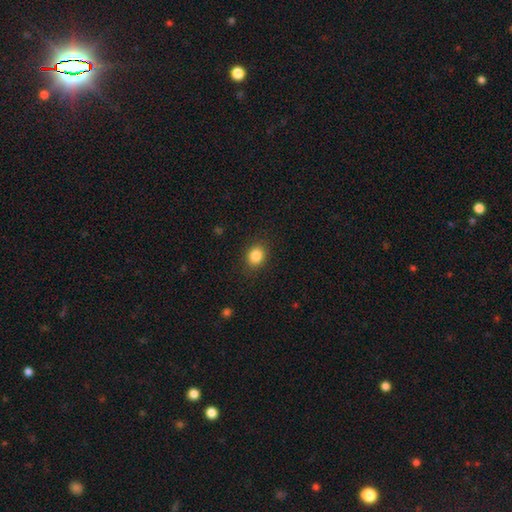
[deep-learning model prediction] Morphology: type=smooth (85%); roundness=round (57%); merging=none (86%).